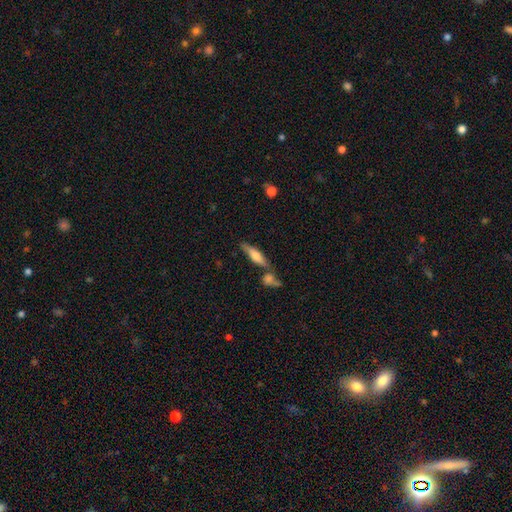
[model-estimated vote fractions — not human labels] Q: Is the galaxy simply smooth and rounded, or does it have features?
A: smooth — 56%.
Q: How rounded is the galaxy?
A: cigar-shaped — 69%.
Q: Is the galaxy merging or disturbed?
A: none — 62%.